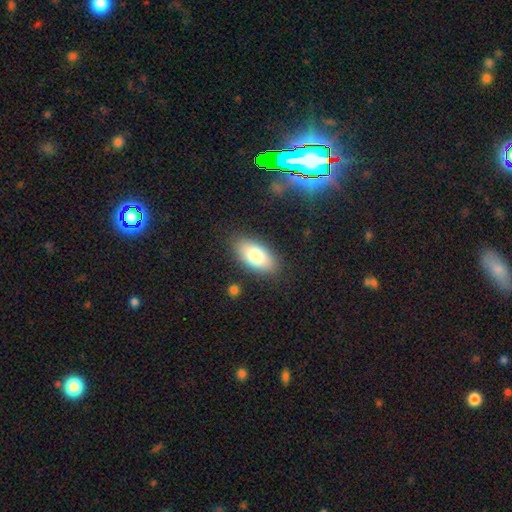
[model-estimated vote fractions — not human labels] Smooth or featured? Predicted: smooth (p=0.78). How rounded? Predicted: in between (p=0.92). Merging? Predicted: none (p=0.85).